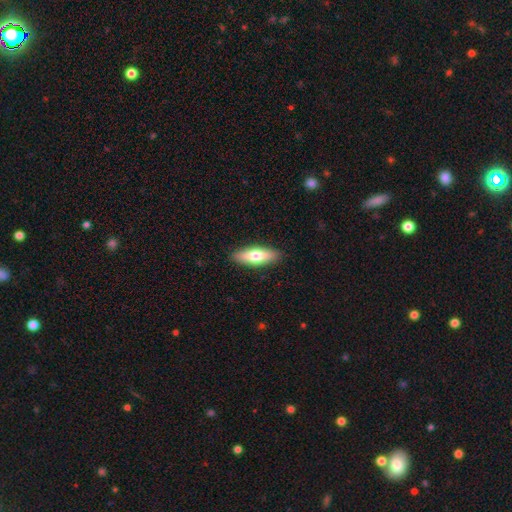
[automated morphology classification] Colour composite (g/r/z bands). It shows a smooth galaxy with no disk features (62%) that is in between round and cigar-shaped (52%). Merging: none (89%).